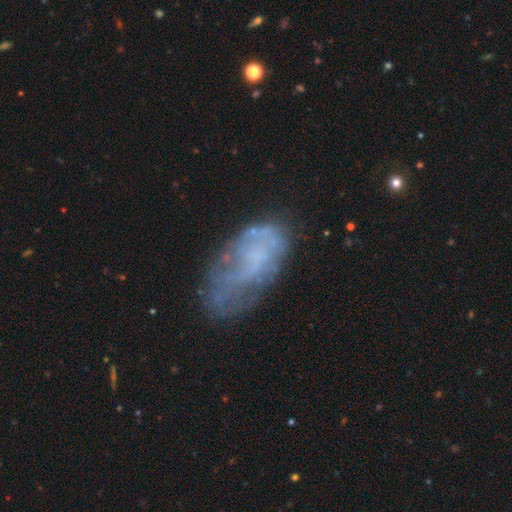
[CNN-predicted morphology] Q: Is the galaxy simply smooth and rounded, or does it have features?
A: featured or disk — 54%.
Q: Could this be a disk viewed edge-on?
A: no — 95%.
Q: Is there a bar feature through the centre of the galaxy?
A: no — 82%.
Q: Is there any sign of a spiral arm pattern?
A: no — 65%.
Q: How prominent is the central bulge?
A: none — 71%.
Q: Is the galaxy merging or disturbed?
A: none — 51%.